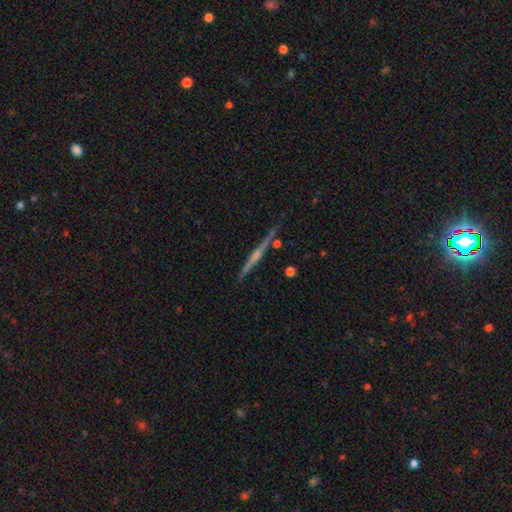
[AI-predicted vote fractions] A featured or disk galaxy (77%) viewed edge-on (98%) with a rounded central bulge (61%).

Vote fractions:
- Smooth or featured? featured or disk: 77% / smooth: 16% / star or artifact: 7%
- Edge-on disk? yes: 98% / no: 2%
- Edge-on bulge? rounded: 61% / none: 28% / boxy: 11%
- Merging? none: 88% / minor disturbance: 8% / merger: 3% / major disturbance: 2%